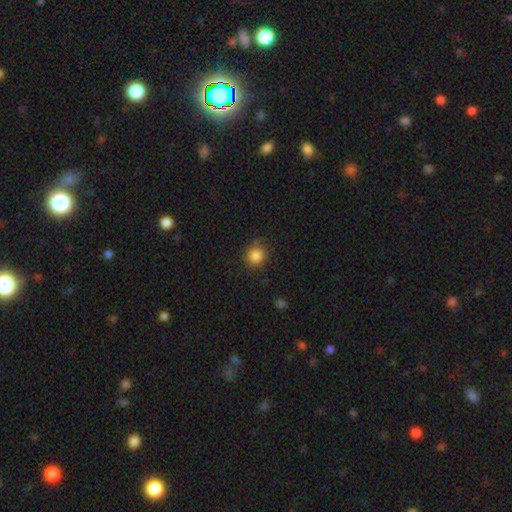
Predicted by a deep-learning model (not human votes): smooth_or_featured: smooth (p=0.86) [alt: star or artifact p=0.10]
how_rounded: round (p=0.90) [alt: in between p=0.09]
merging: none (p=0.83) [alt: minor disturbance p=0.13]